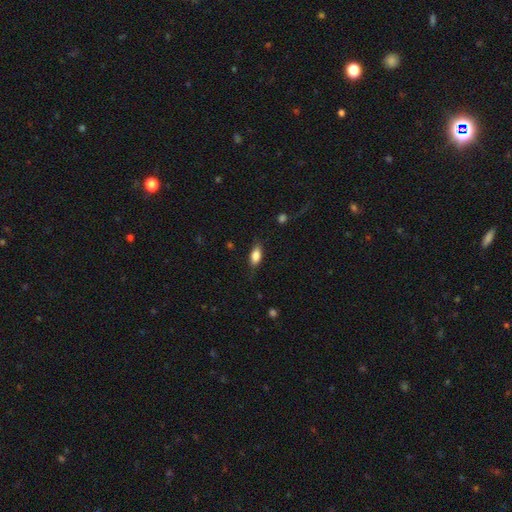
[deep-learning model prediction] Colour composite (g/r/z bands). It shows a smooth galaxy with no disk features (84%) that is in between round and cigar-shaped (87%). Merging: none (77%).